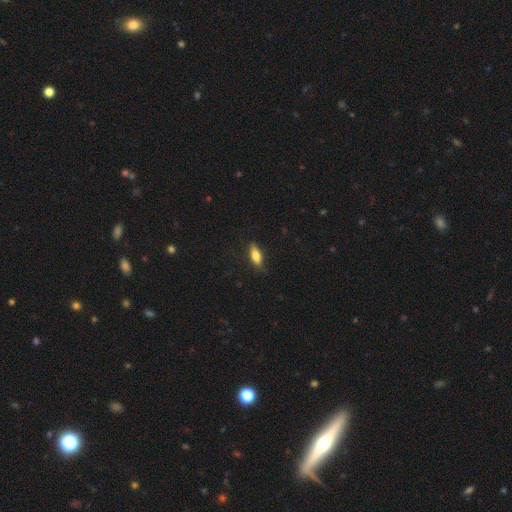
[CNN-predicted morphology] Overall: smooth (78%). How rounded: in between (72%). Merging: none (82%).